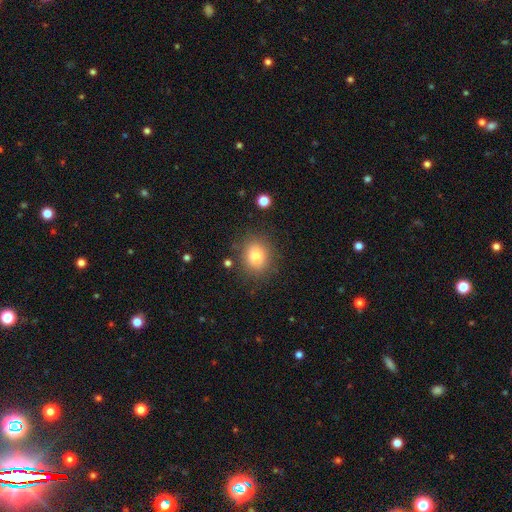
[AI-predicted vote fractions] A smooth galaxy with no disk features (81%) that is round (63%). Merging: none (79%).